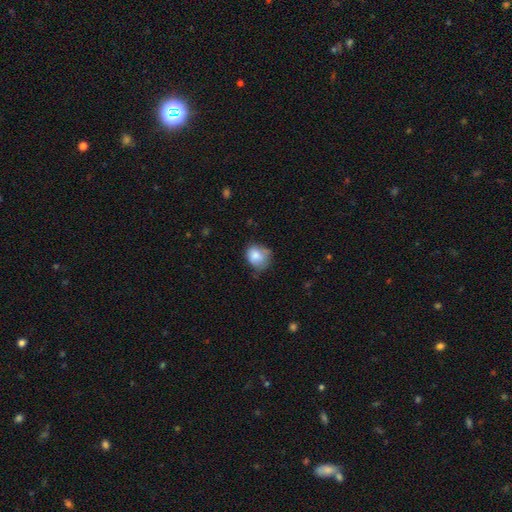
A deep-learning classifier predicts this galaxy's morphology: A smooth galaxy with no disk features (79%) that is round (54%). Merging: none (47%).